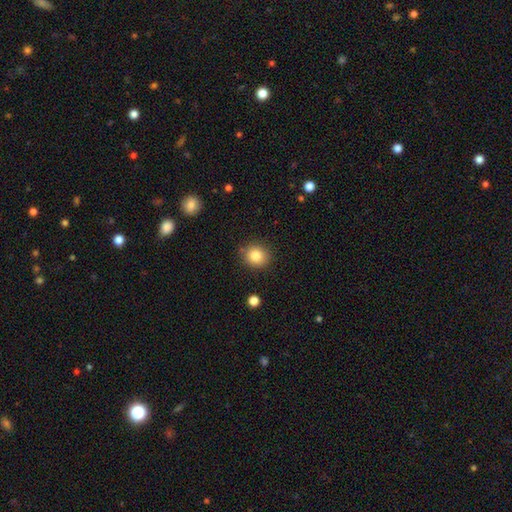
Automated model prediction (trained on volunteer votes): smooth-or-featured: smooth: 84% | star or artifact: 10% | featured or disk: 6%
  how-rounded: round: 77% | in between: 22% | cigar-shaped: 1%
  merging: none: 85% | minor disturbance: 11% | major disturbance: 3% | merger: 2%